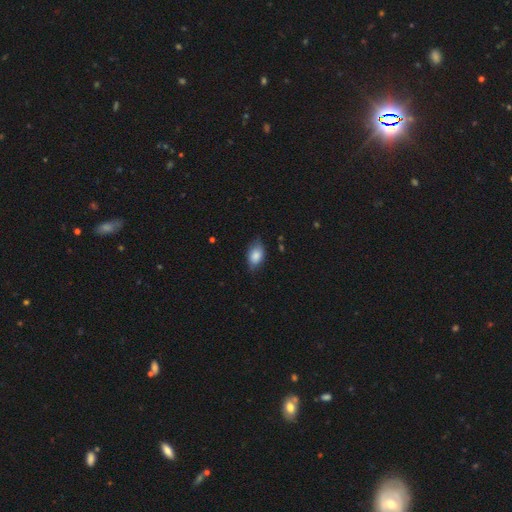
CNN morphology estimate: smooth 82%, featured or disk 11%, star or artifact 7%. Down the decision tree: how rounded — in between (87%); merging — none (68%).